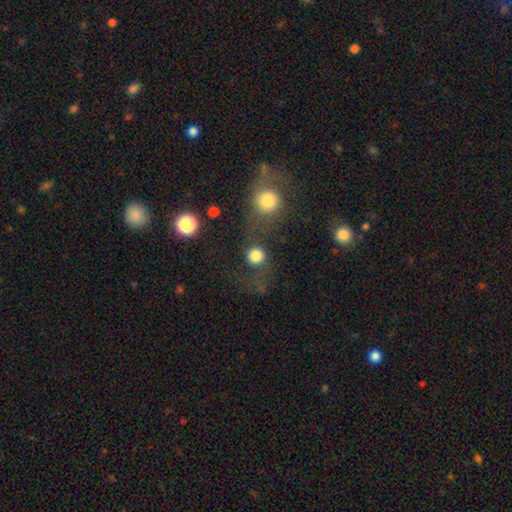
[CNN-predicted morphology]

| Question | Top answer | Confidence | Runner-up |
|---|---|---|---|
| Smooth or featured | smooth | 79% | star or artifact (12%) |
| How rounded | round | 89% | in between (10%) |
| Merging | none | 57% | merger (16%) |